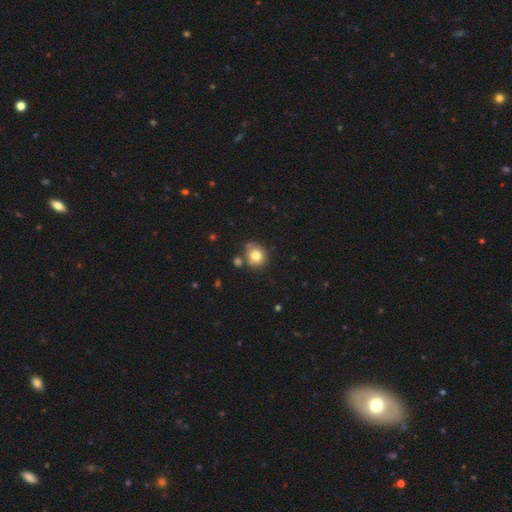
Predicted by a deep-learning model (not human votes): A smooth galaxy with no disk features (78%) that is round (83%).

Vote fractions:
- Smooth or featured? smooth: 78% / featured or disk: 11% / star or artifact: 11%
- How rounded? round: 83% / in between: 16% / cigar-shaped: 1%
- Merging? none: 69% / merger: 14% / minor disturbance: 14% / major disturbance: 4%